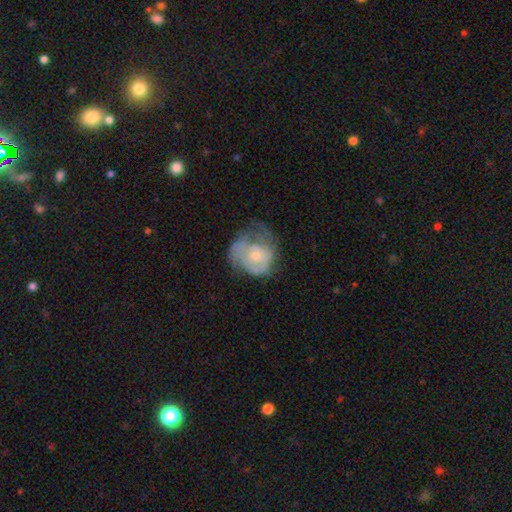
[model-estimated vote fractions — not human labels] featured or disk 59%, smooth 34%, star or artifact 7%. Down the decision tree: edge-on disk — no (98%); bar — no (82%); spiral arms — yes (60%); bulge size — small (59%); merging — major disturbance (36%).